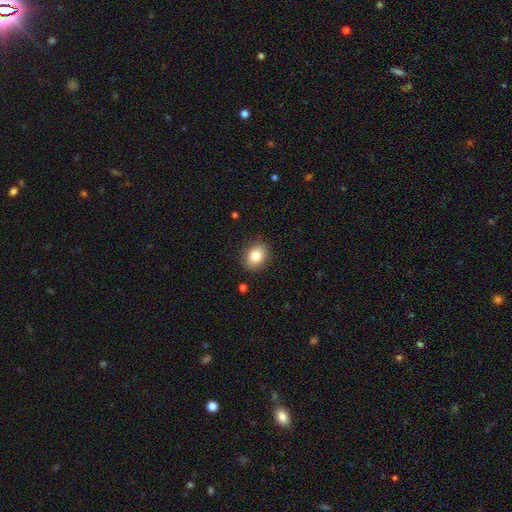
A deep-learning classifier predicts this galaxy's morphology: Smooth or featured?
  - smooth: 84% *
  - star or artifact: 9%
  - featured or disk: 7%
How rounded?
  - in between: 54% *
  - round: 45%
  - cigar-shaped: 1%
Merging?
  - none: 86% *
  - minor disturbance: 10%
  - major disturbance: 3%
  - merger: 1%